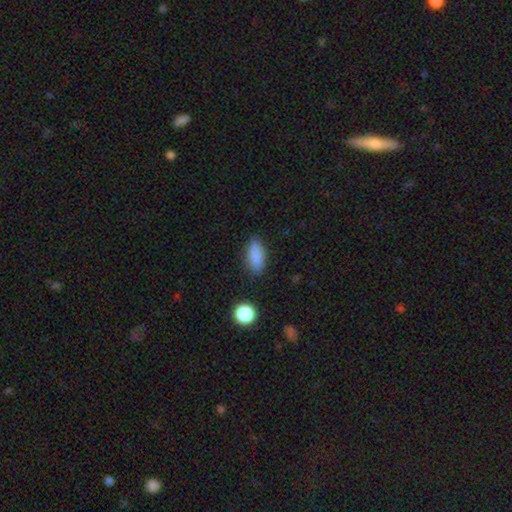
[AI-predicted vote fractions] A smooth galaxy with no disk features (86%) that is in between round and cigar-shaped (84%).

Vote fractions:
- Smooth or featured? smooth: 86% / star or artifact: 9% / featured or disk: 5%
- How rounded? in between: 84% / cigar-shaped: 12% / round: 4%
- Merging? none: 81% / minor disturbance: 14% / major disturbance: 3% / merger: 2%